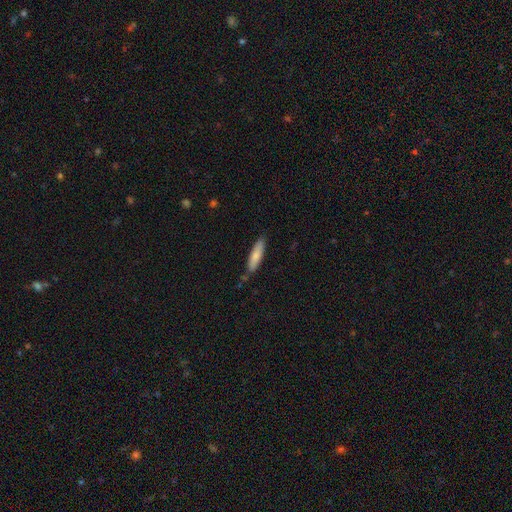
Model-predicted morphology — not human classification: Smooth or featured? Predicted: smooth (p=0.80). How rounded? Predicted: cigar-shaped (p=0.70). Merging? Predicted: none (p=0.82).